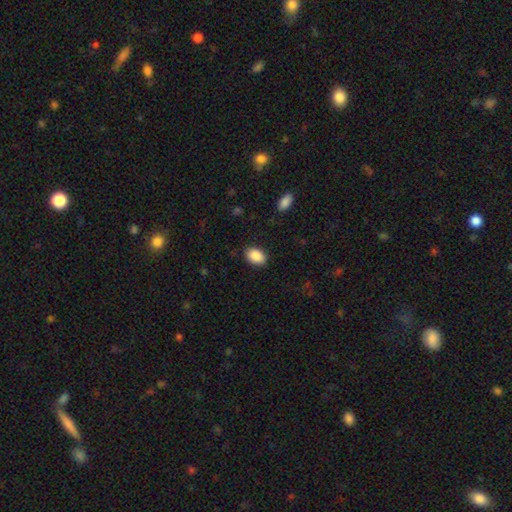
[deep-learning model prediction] smooth_or_featured: smooth (p=0.89) [alt: star or artifact p=0.07]
how_rounded: in between (p=0.85) [alt: round p=0.14]
merging: none (p=0.87) [alt: minor disturbance p=0.09]